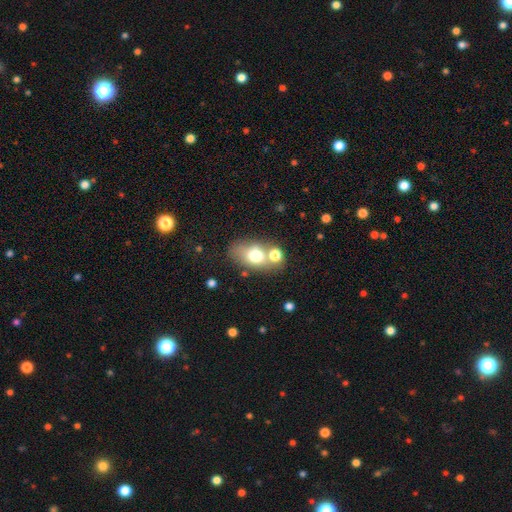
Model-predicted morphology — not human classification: This is likely a smooth galaxy (69%). How rounded: likely in between (75%). Merging: possibly none (53%).